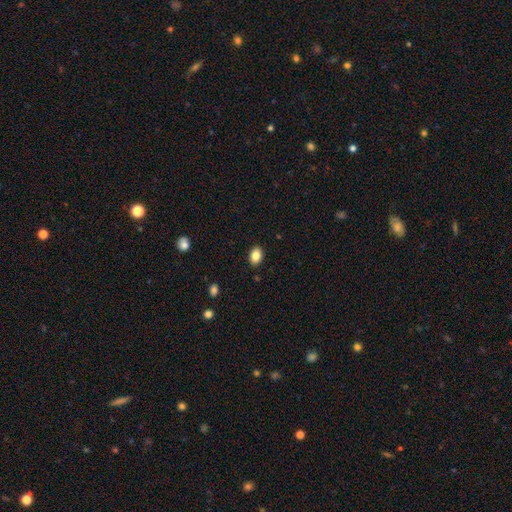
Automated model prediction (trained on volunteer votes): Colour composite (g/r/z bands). It shows a smooth galaxy with no disk features (85%) that is in between round and cigar-shaped (79%). Merging: none (89%).